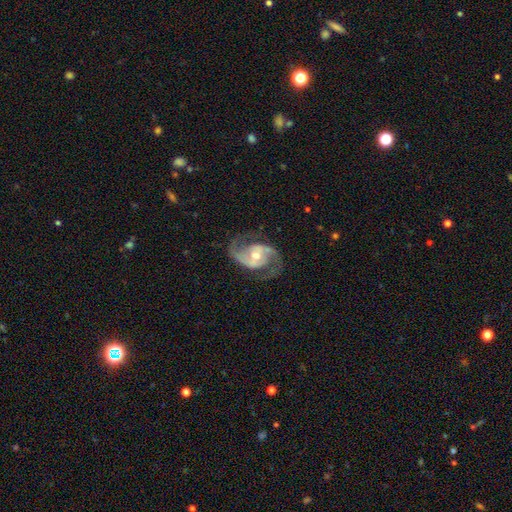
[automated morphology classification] Smooth or featured? Predicted: featured or disk (p=0.91). Edge-on disk? Predicted: no (p=0.98). Bar? Predicted: weak (p=0.43). Spiral arms? Predicted: yes (p=0.97). Spiral winding? Predicted: medium (p=0.58). Spiral arm count? Predicted: 2 (p=0.94). Bulge size? Predicted: moderate (p=0.62). Merging? Predicted: none (p=0.78).